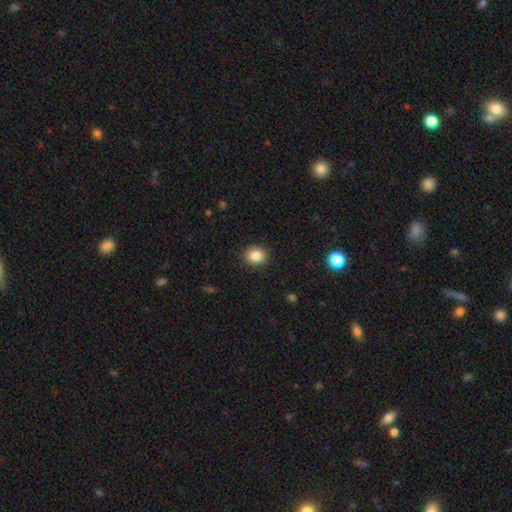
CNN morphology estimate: type=smooth (86%); roundness=round (71%); merging=none (90%).